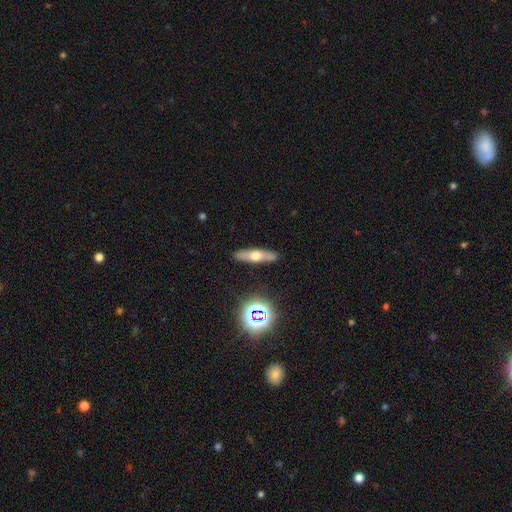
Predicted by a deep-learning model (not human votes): Overall: featured or disk (46%; smooth 44%). Merging: none (88%).